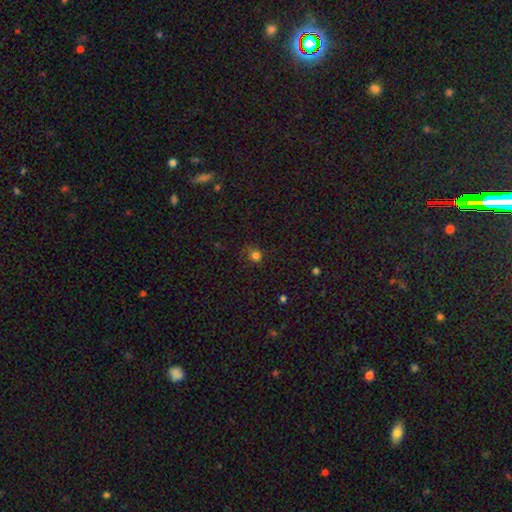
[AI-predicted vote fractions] Smooth or featured? Predicted: smooth (p=0.78). How rounded? Predicted: round (p=0.87). Merging? Predicted: none (p=0.70).